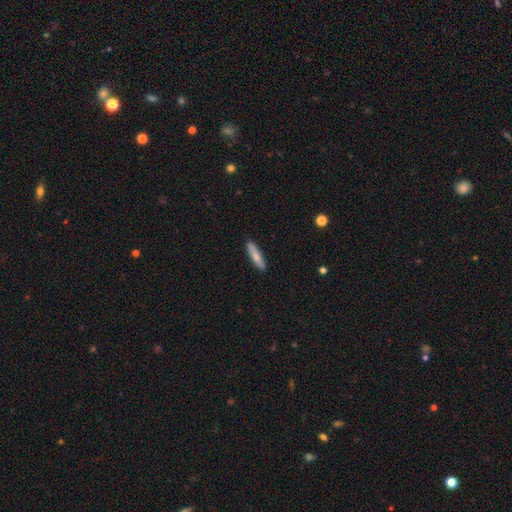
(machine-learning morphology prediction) smooth-or-featured: smooth: 75% | featured or disk: 19% | star or artifact: 6%
  how-rounded: cigar-shaped: 83% | in between: 16% | round: 2%
  merging: none: 90% | minor disturbance: 8% | major disturbance: 2% | merger: 1%